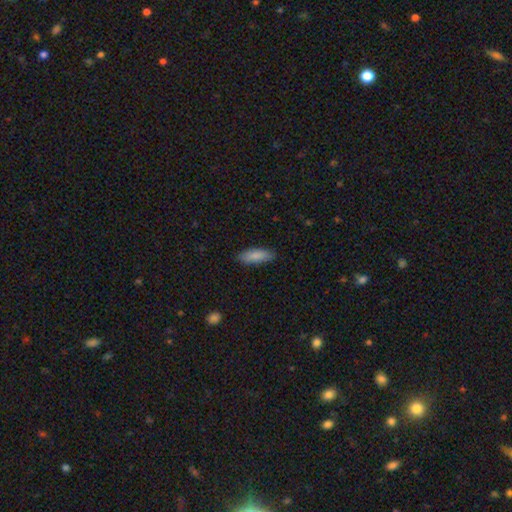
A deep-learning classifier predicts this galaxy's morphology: This appears to be a smooth galaxy with no disk features (86%) that is in between round and cigar-shaped (65%). Merging: none (85%).